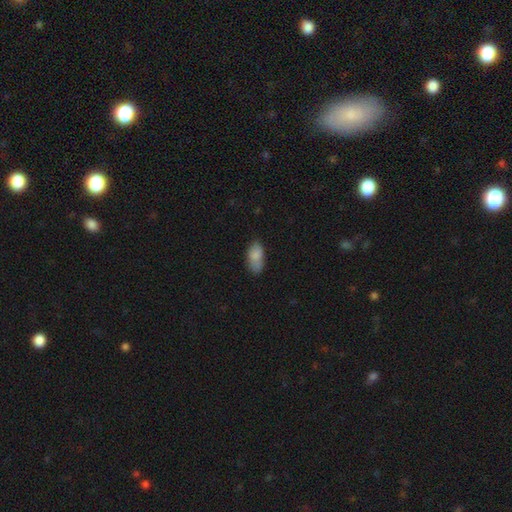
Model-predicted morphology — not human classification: Smooth or featured? smooth (81%)
How rounded? in between (92%)
Merging? none (61%)